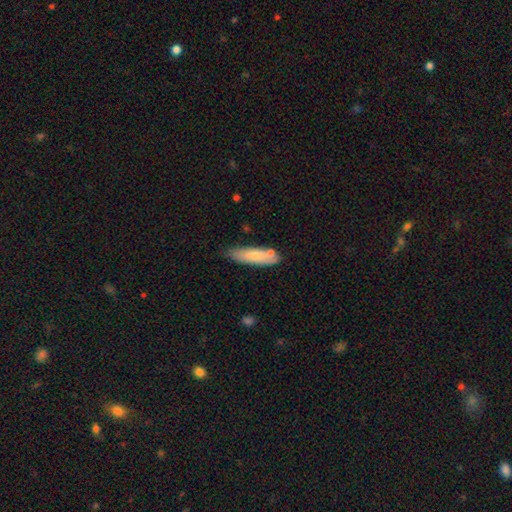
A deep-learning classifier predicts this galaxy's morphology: Smooth or featured? smooth (73%)
How rounded? cigar-shaped (62%)
Merging? none (65%)